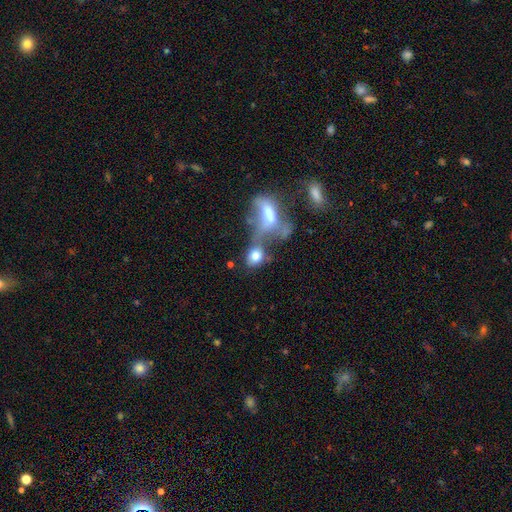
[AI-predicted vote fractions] Q: Smooth or featured?
A: smooth (72%); runner-up: featured or disk (19%)
Q: How rounded?
A: in between (68%); runner-up: round (29%)
Q: Merging?
A: merger (60%); runner-up: none (18%)